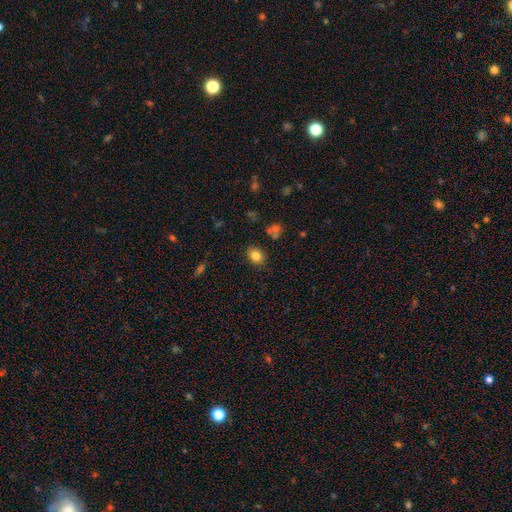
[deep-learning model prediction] Q: Smooth or featured?
A: smooth (82%); runner-up: star or artifact (11%)
Q: How rounded?
A: in between (51%); runner-up: round (48%)
Q: Merging?
A: none (84%); runner-up: minor disturbance (10%)